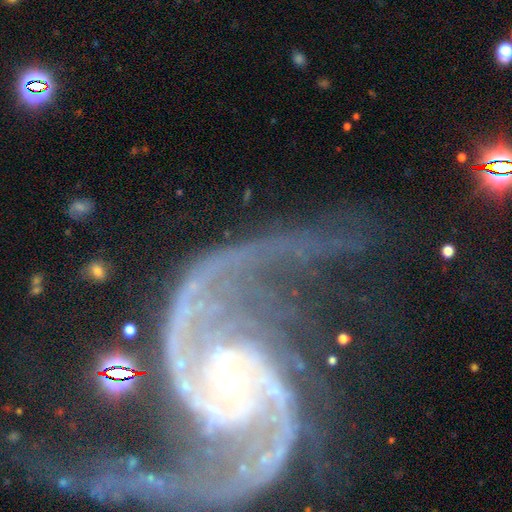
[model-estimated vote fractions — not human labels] Q: Smooth or featured?
A: featured or disk (91%); runner-up: star or artifact (6%)
Q: Edge-on disk?
A: no (98%); runner-up: yes (2%)
Q: Bar?
A: no (57%); runner-up: weak (28%)
Q: Spiral arms?
A: yes (97%); runner-up: no (3%)
Q: Spiral winding?
A: medium (43%); runner-up: loose (38%)
Q: Spiral arm count?
A: 2 (80%); runner-up: can't tell (5%)
Q: Bulge size?
A: small (80%); runner-up: moderate (15%)
Q: Merging?
A: none (45%); runner-up: major disturbance (30%)